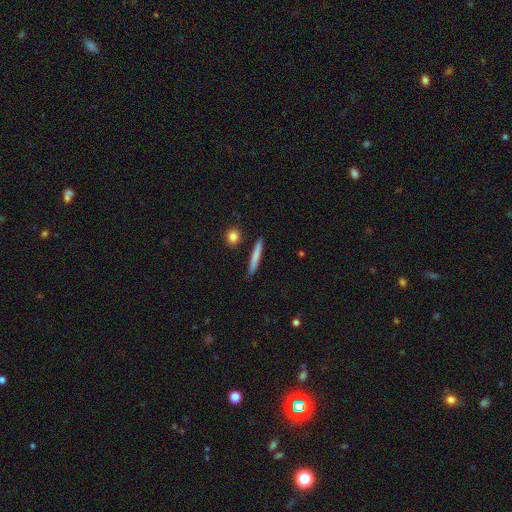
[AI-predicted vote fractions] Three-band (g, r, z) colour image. It shows a smooth galaxy with no disk features (73%) that is cigar-shaped (95%). Merging: none (87%).